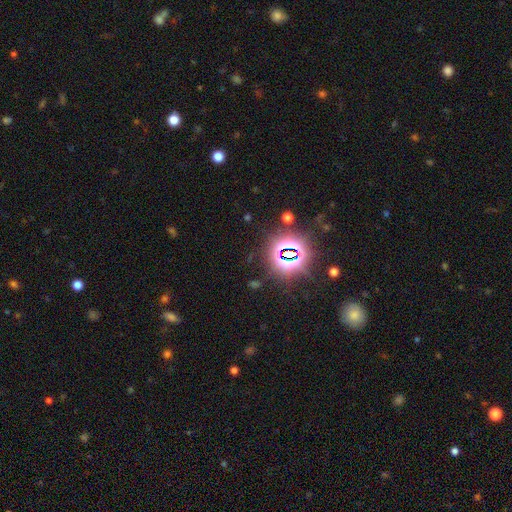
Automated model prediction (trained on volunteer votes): star or artifact 80%, smooth 12%, featured or disk 8%.